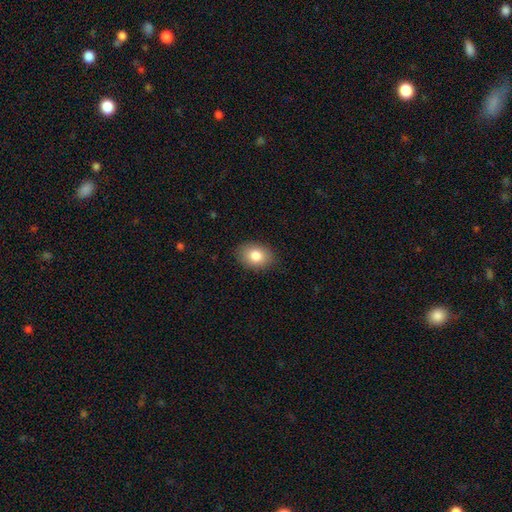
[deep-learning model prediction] smooth_or_featured: smooth (p=0.83) [alt: featured or disk p=0.09]
how_rounded: in between (p=0.78) [alt: round p=0.21]
merging: none (p=0.86) [alt: minor disturbance p=0.11]